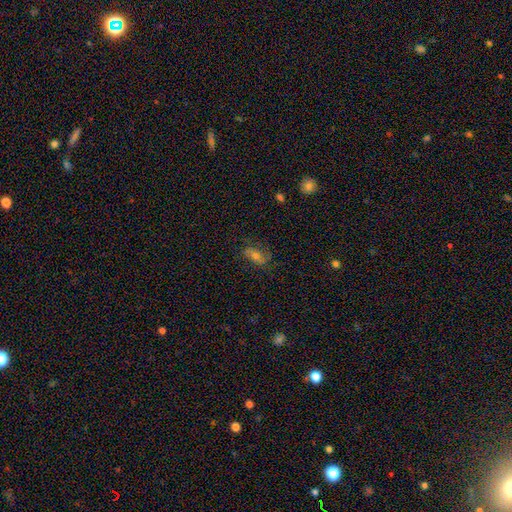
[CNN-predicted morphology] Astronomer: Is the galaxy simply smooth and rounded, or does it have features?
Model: featured or disk — 48% (runner-up: smooth, 33%).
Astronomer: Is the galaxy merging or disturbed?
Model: none — 71%.